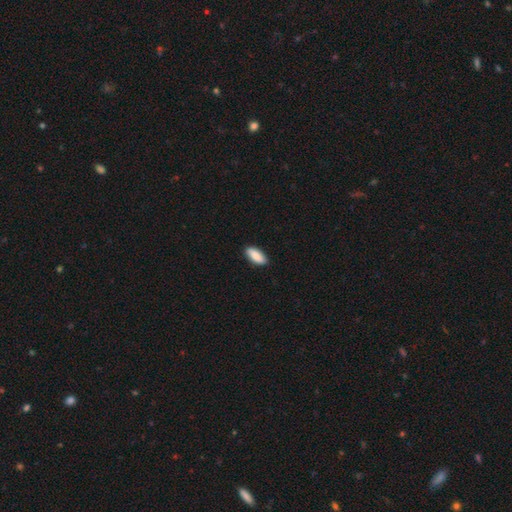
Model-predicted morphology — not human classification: Q: Smooth or featured?
A: smooth (89%); runner-up: featured or disk (6%)
Q: How rounded?
A: in between (85%); runner-up: cigar-shaped (13%)
Q: Merging?
A: none (88%); runner-up: minor disturbance (9%)